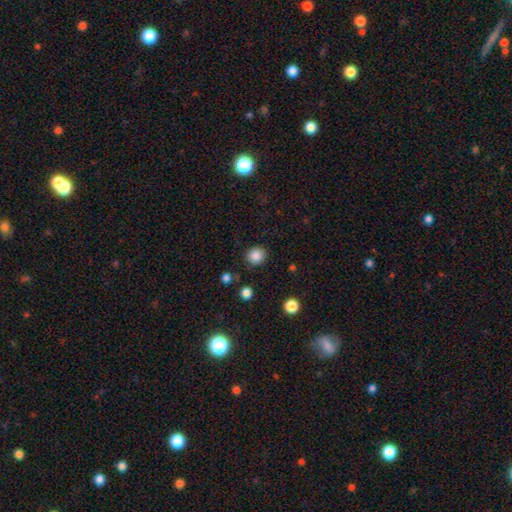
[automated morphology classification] Smooth or featured? Predicted: smooth (p=0.86). How rounded? Predicted: round (p=0.85). Merging? Predicted: none (p=0.87).